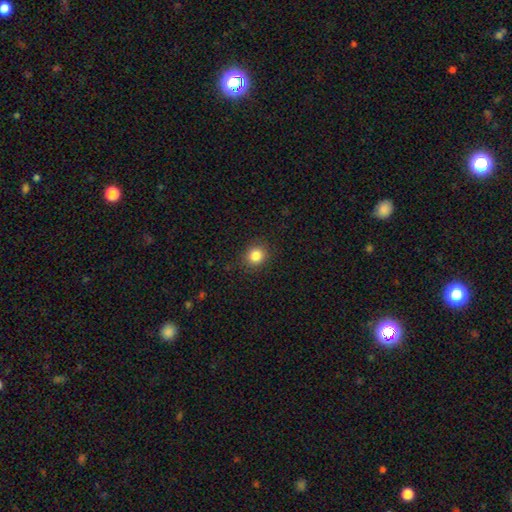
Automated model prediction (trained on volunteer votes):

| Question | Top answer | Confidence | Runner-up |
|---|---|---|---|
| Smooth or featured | smooth | 84% | star or artifact (11%) |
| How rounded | round | 81% | in between (18%) |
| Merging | none | 90% | minor disturbance (7%) |